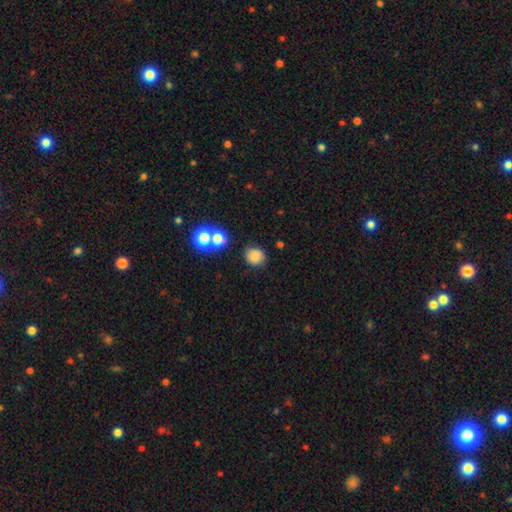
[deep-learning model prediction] This appears to be a smooth galaxy with no disk features (81%) that is round (83%). Merging: none (80%).